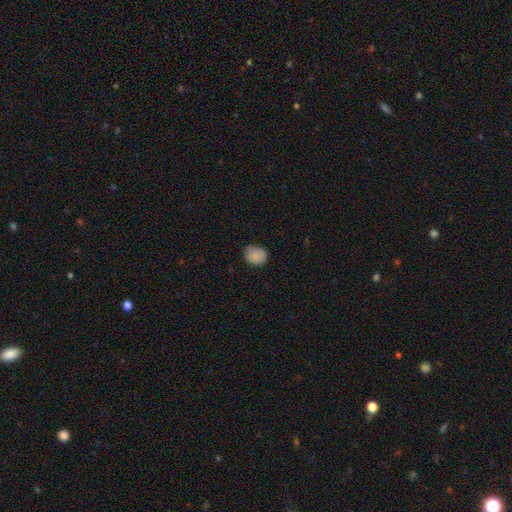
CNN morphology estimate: Smooth or featured? Predicted: smooth (p=0.85). How rounded? Predicted: round (p=0.66). Merging? Predicted: none (p=0.77).